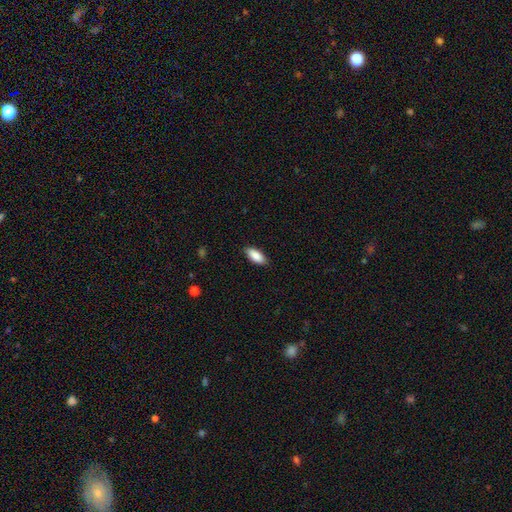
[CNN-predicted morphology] Overall: smooth (88%). How rounded: in between (85%). Merging: none (87%).